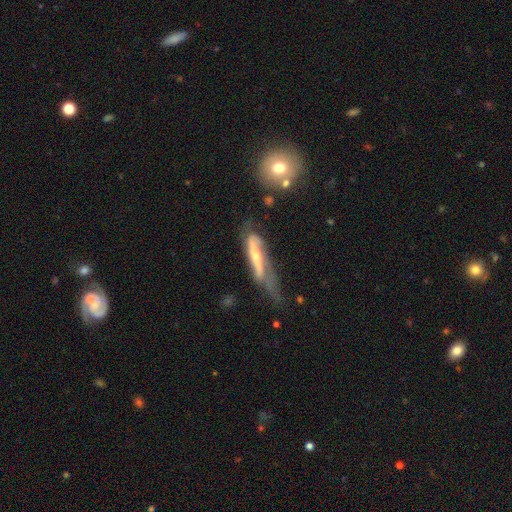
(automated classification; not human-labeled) Morphology: type=featured or disk (71%); edge-on=no (63%); merging=major disturbance (34%).